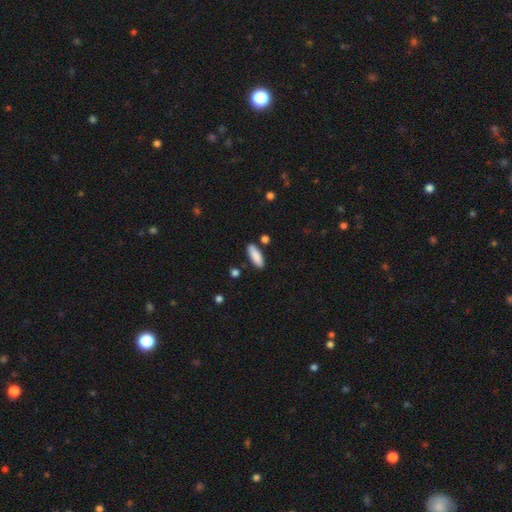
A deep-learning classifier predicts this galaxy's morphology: A smooth galaxy with no disk features (88%) that is in between round and cigar-shaped (57%). Merging: none (85%).